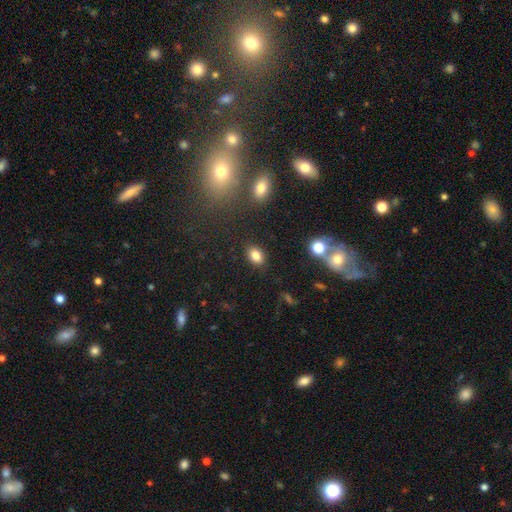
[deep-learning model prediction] smooth_or_featured: smooth (p=0.83) [alt: star or artifact p=0.10]
how_rounded: in between (p=0.80) [alt: round p=0.19]
merging: none (p=0.86) [alt: minor disturbance p=0.10]